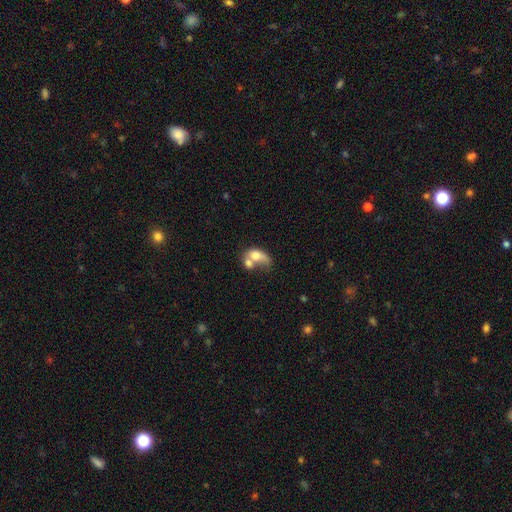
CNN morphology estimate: Smooth or featured?
  - smooth: 63% *
  - featured or disk: 29%
  - star or artifact: 9%
How rounded?
  - in between: 77% *
  - round: 20%
  - cigar-shaped: 3%
Merging?
  - merger: 63% *
  - major disturbance: 15%
  - none: 13%
  - minor disturbance: 9%